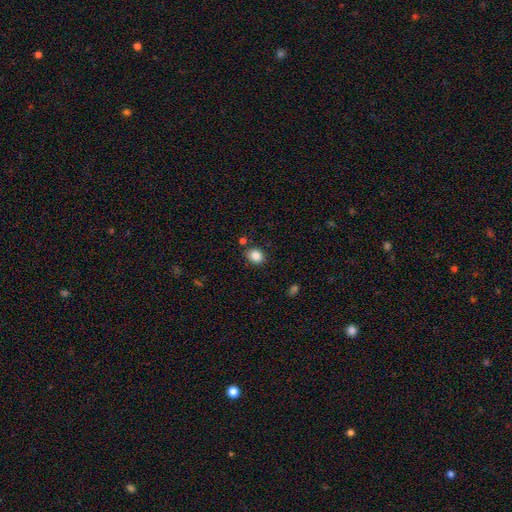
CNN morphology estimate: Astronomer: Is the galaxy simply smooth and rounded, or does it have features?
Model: smooth — 86%.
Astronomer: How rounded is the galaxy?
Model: round — 58% (runner-up: in between, 41%).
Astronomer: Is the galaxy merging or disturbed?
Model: none — 81%.